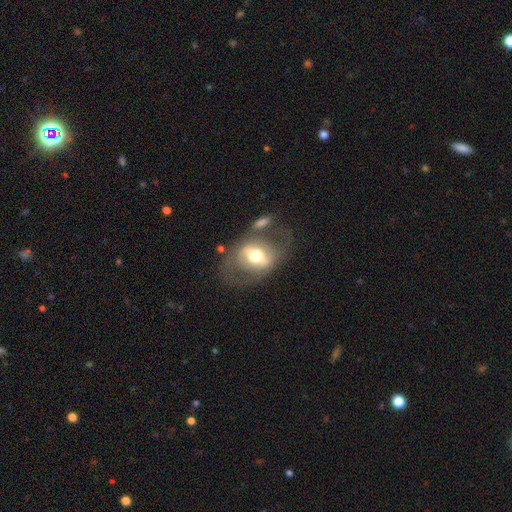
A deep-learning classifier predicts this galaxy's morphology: A featured or disk galaxy (57%) with a strong bar (39%), no spiral arms (68%) and a moderate central bulge (63%). Merging: none (53%).